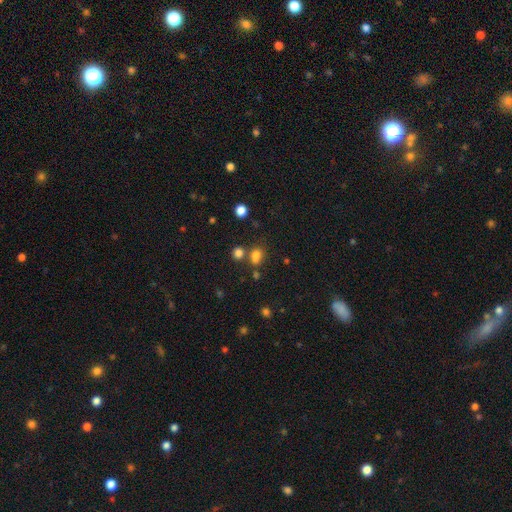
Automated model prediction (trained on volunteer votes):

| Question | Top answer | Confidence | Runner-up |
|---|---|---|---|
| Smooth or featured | smooth | 77% | star or artifact (17%) |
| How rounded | in between | 64% | round (35%) |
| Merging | none | 59% | merger (22%) |